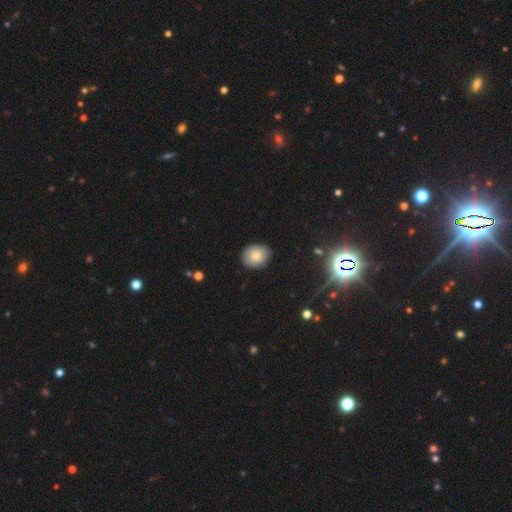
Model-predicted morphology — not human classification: This appears to be a smooth galaxy with no disk features (81%) that is round (58%). Merging: none (87%).